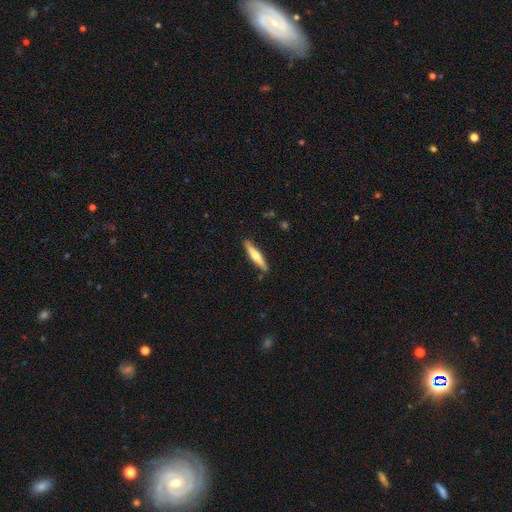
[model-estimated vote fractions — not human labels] Morphology: type=smooth (51%); roundness=cigar-shaped (88%); merging=none (86%).